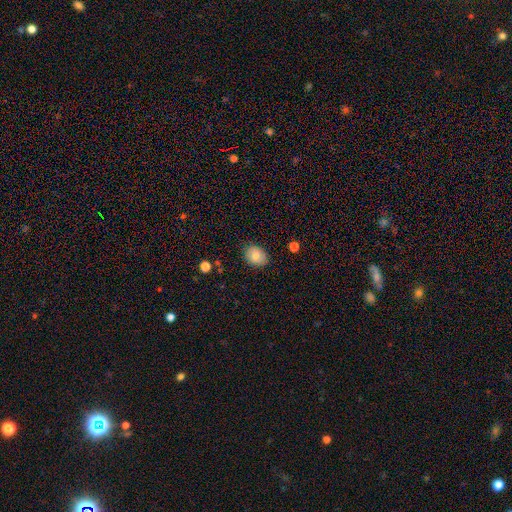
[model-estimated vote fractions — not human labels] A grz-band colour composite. It shows a smooth galaxy with no disk features (81%) that is in between round and cigar-shaped (54%). Merging: none (84%).